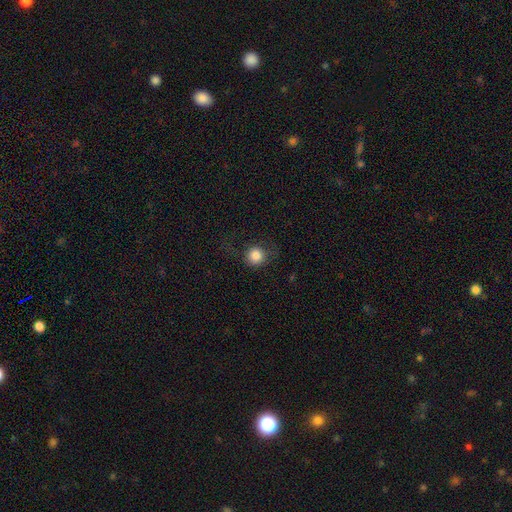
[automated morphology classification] A smooth galaxy with no disk features (83%) that is round (91%). Merging: none (73%).